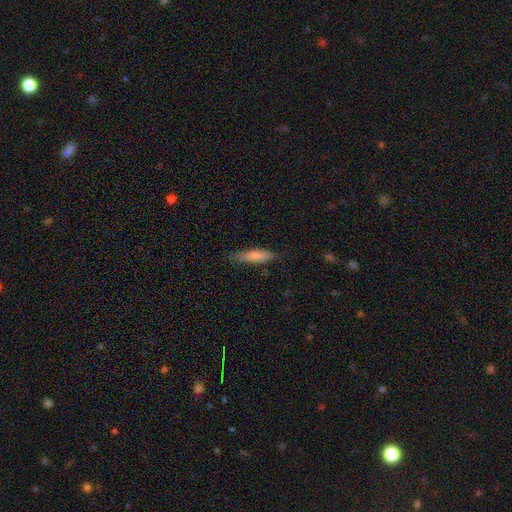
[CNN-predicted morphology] The model was most divided on "how rounded": cigar-shaped: 70%, in between: 29%, round: 2%. More confident: smooth or featured — smooth (78%); merging — none (75%).